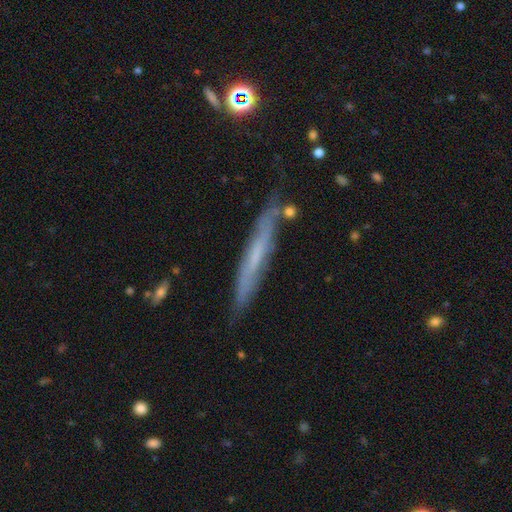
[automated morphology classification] A featured or disk galaxy (50%) viewed edge-on (86%).

Vote fractions:
- Smooth or featured? featured or disk: 50% / smooth: 41% / star or artifact: 9%
- Edge-on disk? yes: 86% / no: 14%
- Merging? none: 80% / minor disturbance: 14% / major disturbance: 3% / merger: 3%